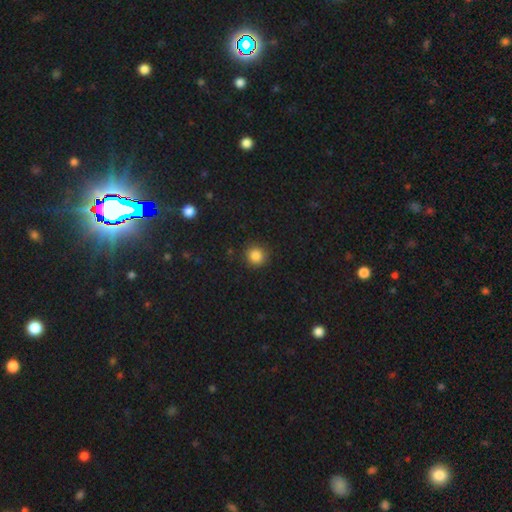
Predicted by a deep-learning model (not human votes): Smooth or featured?
  - smooth: 85% *
  - star or artifact: 12%
  - featured or disk: 4%
How rounded?
  - round: 92% *
  - in between: 7%
  - cigar-shaped: 1%
Merging?
  - none: 89% *
  - minor disturbance: 8%
  - major disturbance: 2%
  - merger: 1%